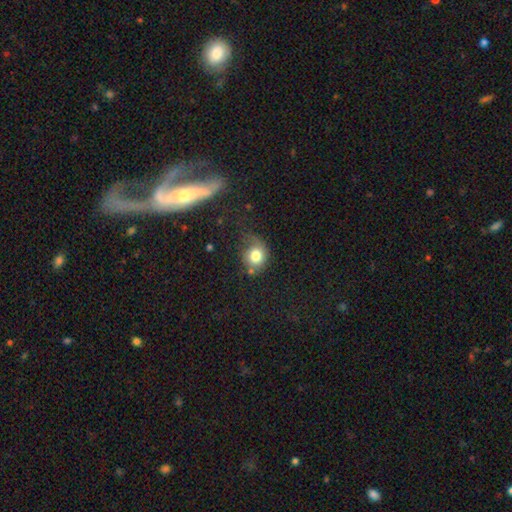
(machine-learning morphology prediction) A smooth galaxy with no disk features (77%) that is round (73%). Merging: none (51%).